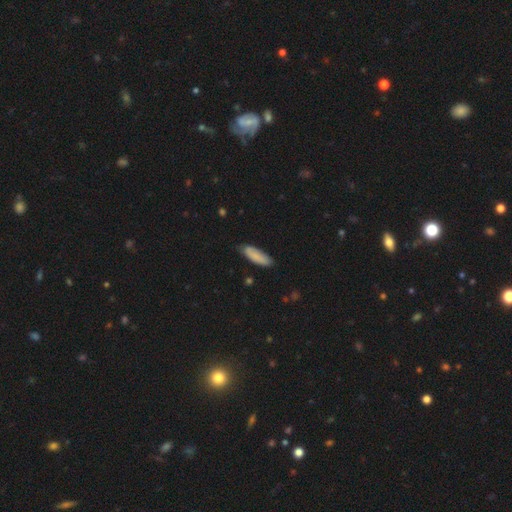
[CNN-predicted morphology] Q: Smooth or featured?
A: smooth (84%); runner-up: featured or disk (10%)
Q: How rounded?
A: in between (55%); runner-up: cigar-shaped (44%)
Q: Merging?
A: none (76%); runner-up: minor disturbance (20%)